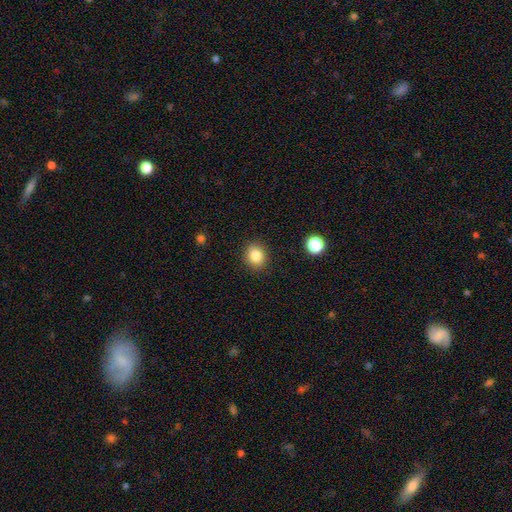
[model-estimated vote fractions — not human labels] Smooth or featured? Predicted: smooth (p=0.84). How rounded? Predicted: round (p=0.66). Merging? Predicted: none (p=0.88).